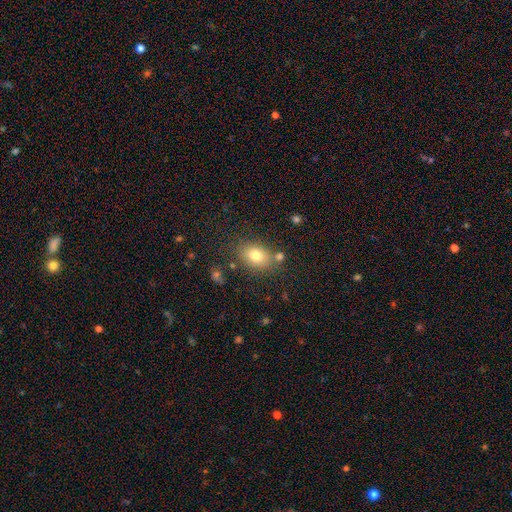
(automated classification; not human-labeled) This appears to be a smooth galaxy with no disk features (77%) that is in between round and cigar-shaped (72%). Merging: none (74%).